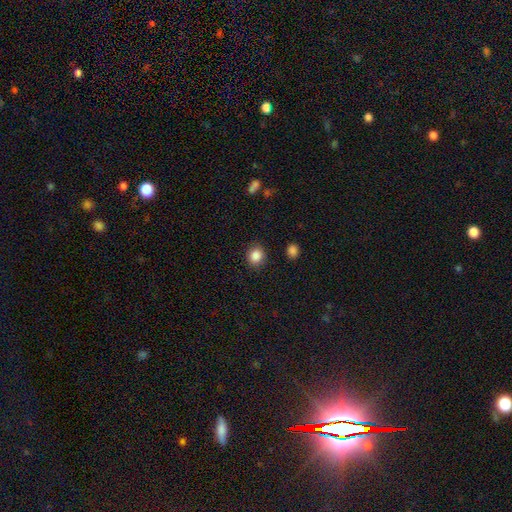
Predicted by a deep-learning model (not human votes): Morphology: type=smooth (86%); roundness=round (78%); merging=none (88%).